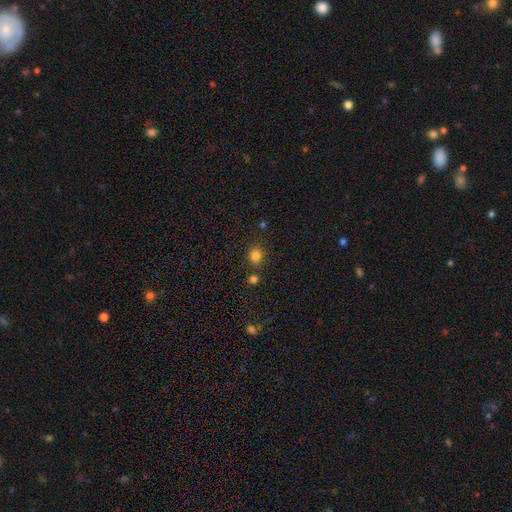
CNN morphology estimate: smooth-or-featured: smooth: 81% | star or artifact: 14% | featured or disk: 5%
  how-rounded: round: 72% | in between: 28% | cigar-shaped: 1%
  merging: none: 79% | minor disturbance: 10% | merger: 8% | major disturbance: 3%